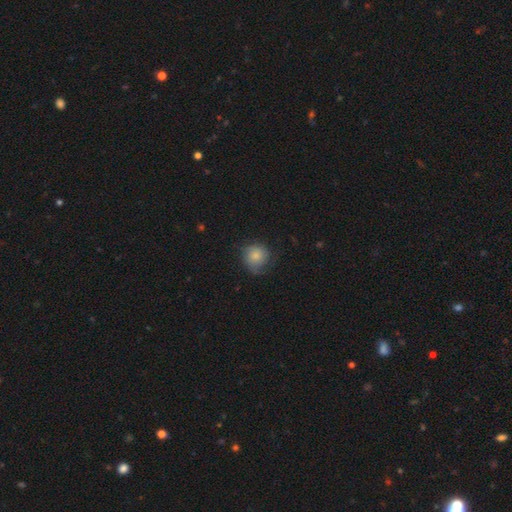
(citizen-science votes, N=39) Smooth or featured?
  - smooth: 79% *
  - featured or disk: 15%
  - star or artifact: 5%
How rounded?
  - round: 94% *
  - in between: 6%
  - cigar-shaped: 0%
Merging?
  - none: 57% *
  - minor disturbance: 27%
  - major disturbance: 16%
  - merger: 0%